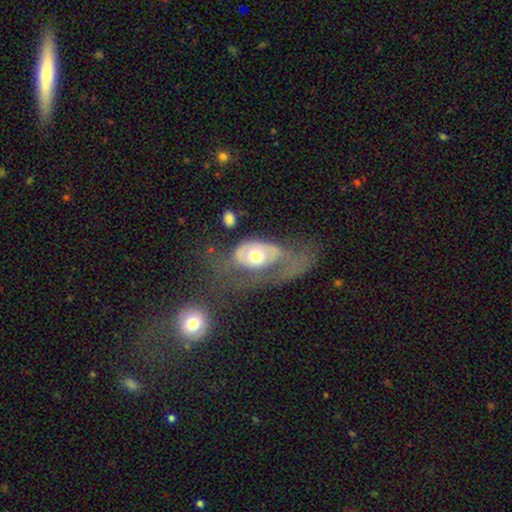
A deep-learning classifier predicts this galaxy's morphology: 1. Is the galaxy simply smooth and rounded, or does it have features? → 55% featured or disk, 38% smooth, 7% star or artifact.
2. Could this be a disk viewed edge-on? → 93% no, 7% yes.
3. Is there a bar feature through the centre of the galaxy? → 82% no, 14% weak, 4% strong.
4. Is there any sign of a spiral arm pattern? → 55% no, 45% yes.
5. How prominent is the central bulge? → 68% moderate, 18% small, 11% large, 1% dominant, 1% none.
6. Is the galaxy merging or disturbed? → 61% major disturbance, 17% none, 13% minor disturbance, 9% merger.